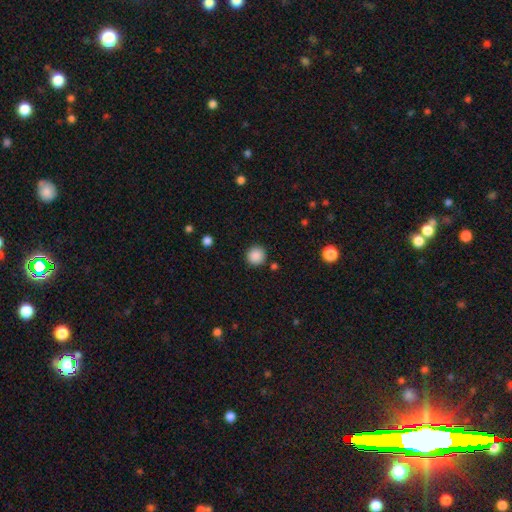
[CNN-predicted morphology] Smooth or featured?
  - smooth: 88% *
  - star or artifact: 9%
  - featured or disk: 3%
How rounded?
  - round: 94% *
  - in between: 5%
  - cigar-shaped: 1%
Merging?
  - none: 88% *
  - minor disturbance: 7%
  - major disturbance: 2%
  - merger: 2%